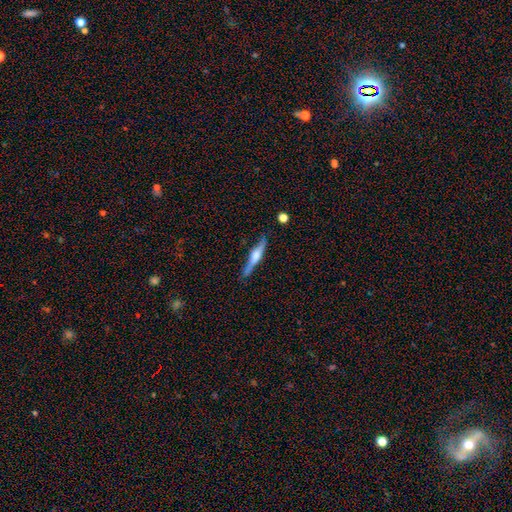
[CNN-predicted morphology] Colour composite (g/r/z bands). It shows a featured or disk galaxy (67%) viewed edge-on (97%) with a rounded central bulge (73%). Merging: none (82%).